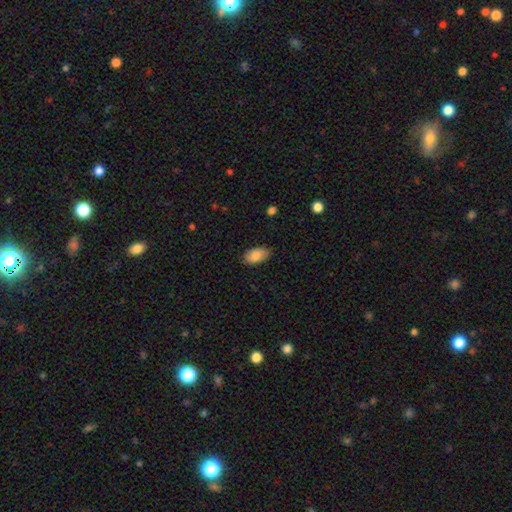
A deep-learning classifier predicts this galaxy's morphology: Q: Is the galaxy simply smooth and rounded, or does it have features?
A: smooth — 85%.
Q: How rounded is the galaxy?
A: in between — 94%.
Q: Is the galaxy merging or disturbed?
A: none — 81%.